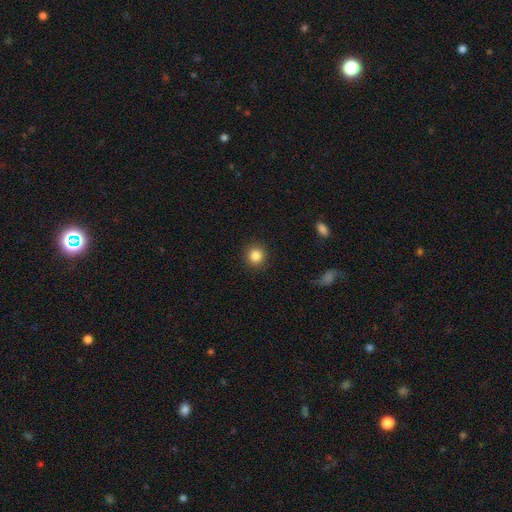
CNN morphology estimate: Smooth or featured? Predicted: smooth (p=0.85). How rounded? Predicted: round (p=0.93). Merging? Predicted: none (p=0.91).